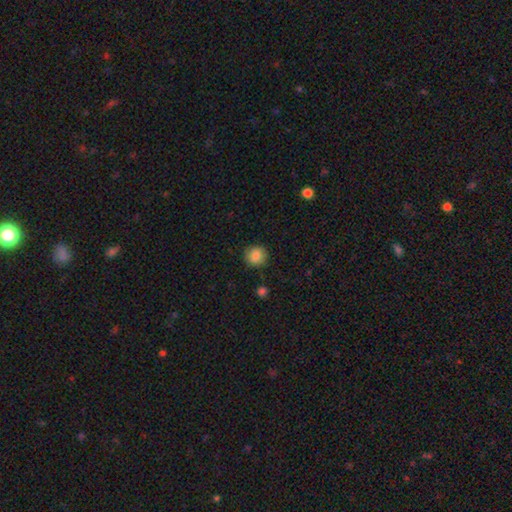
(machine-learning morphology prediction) Smooth or featured? Predicted: smooth (p=0.85). How rounded? Predicted: round (p=0.92). Merging? Predicted: none (p=0.89).